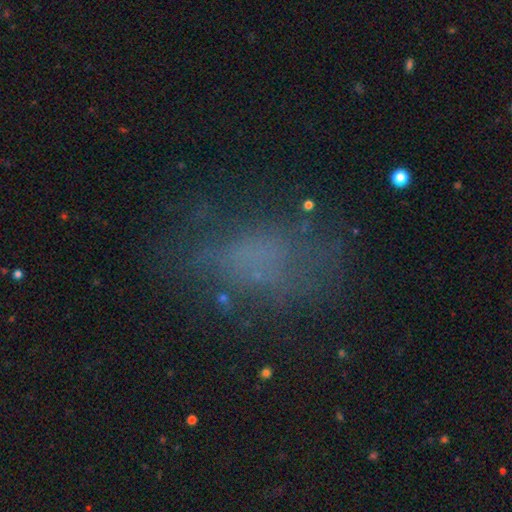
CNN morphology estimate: This appears to be a smooth galaxy with no disk features (51%) that is in between round and cigar-shaped (80%). Merging: none (53%).